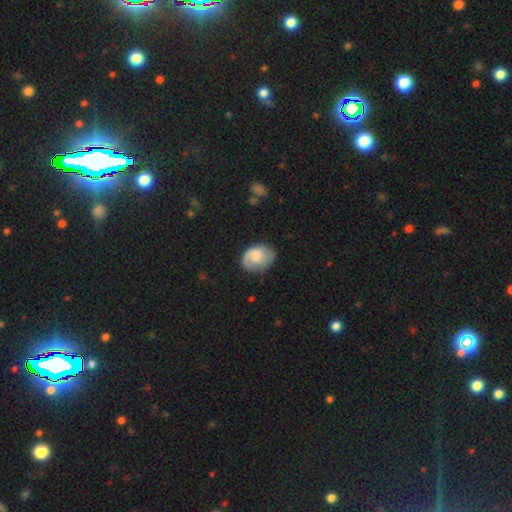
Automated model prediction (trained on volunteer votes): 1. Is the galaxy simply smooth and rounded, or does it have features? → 53% featured or disk, 41% smooth, 7% star or artifact.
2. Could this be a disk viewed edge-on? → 97% no, 3% yes.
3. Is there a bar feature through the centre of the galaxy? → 61% no, 34% weak, 5% strong.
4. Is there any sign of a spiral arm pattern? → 86% yes, 14% no.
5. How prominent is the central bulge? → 43% moderate, 25% small, 17% large, 13% none, 2% dominant.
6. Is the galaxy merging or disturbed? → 66% none, 23% minor disturbance, 9% major disturbance, 2% merger.